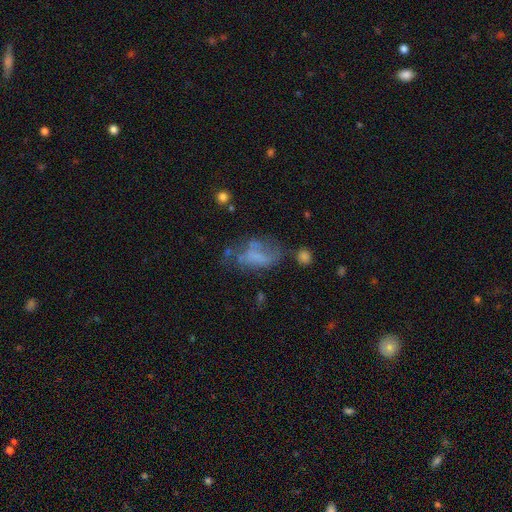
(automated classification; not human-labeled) Q: Smooth or featured?
A: smooth (44%); runner-up: featured or disk (40%)
Q: Merging?
A: major disturbance (35%); runner-up: none (31%)